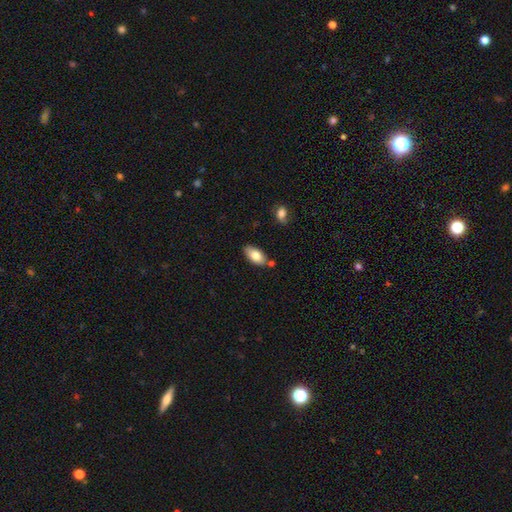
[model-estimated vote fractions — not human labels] A smooth galaxy with no disk features (78%) that is in between round and cigar-shaped (93%).

Vote fractions:
- Smooth or featured? smooth: 78% / featured or disk: 15% / star or artifact: 7%
- How rounded? in between: 93% / cigar-shaped: 4% / round: 3%
- Merging? none: 78% / minor disturbance: 13% / merger: 6% / major disturbance: 2%